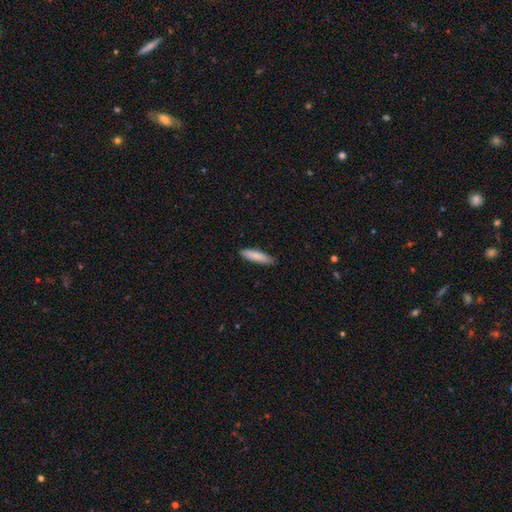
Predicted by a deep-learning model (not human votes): A smooth galaxy with no disk features (85%) that is cigar-shaped (76%).

Vote fractions:
- Smooth or featured? smooth: 85% / featured or disk: 9% / star or artifact: 6%
- How rounded? cigar-shaped: 76% / in between: 22% / round: 1%
- Merging? none: 86% / minor disturbance: 11% / major disturbance: 2% / merger: 1%